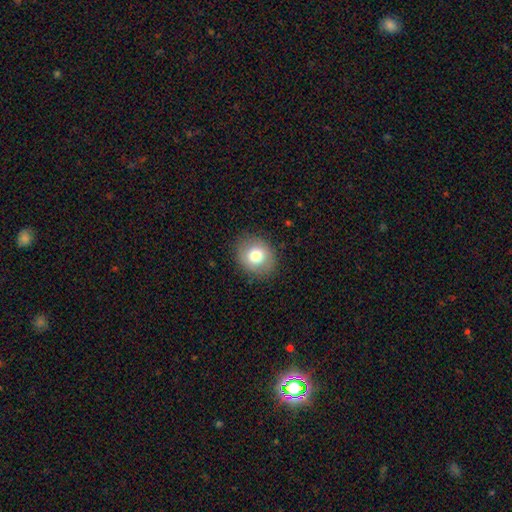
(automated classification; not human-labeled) A smooth galaxy with no disk features (76%) that is round (70%). Merging: none (87%).